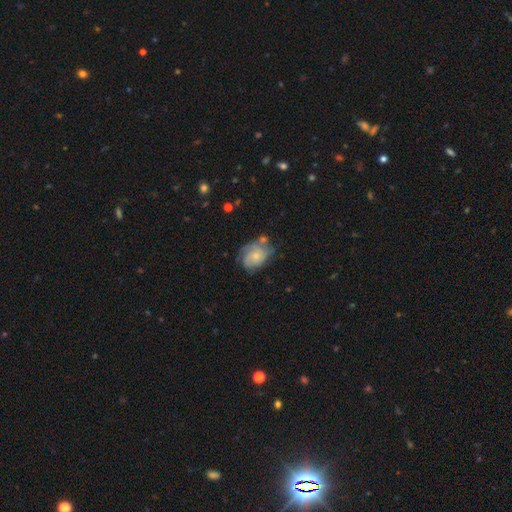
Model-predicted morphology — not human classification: smooth-or-featured: featured or disk: 51% | smooth: 41% | star or artifact: 8%
  disk-edge-on: no: 97% | yes: 3%
  merging: none: 47% | minor disturbance: 30% | major disturbance: 14% | merger: 9%